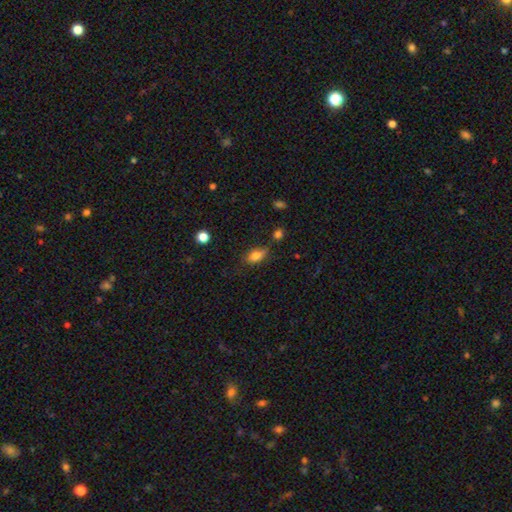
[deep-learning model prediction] A smooth galaxy with no disk features (79%) that is in between round and cigar-shaped (85%).

Vote fractions:
- Smooth or featured? smooth: 79% / featured or disk: 11% / star or artifact: 10%
- How rounded? in between: 85% / round: 8% / cigar-shaped: 8%
- Merging? none: 65% / minor disturbance: 24% / major disturbance: 6% / merger: 5%